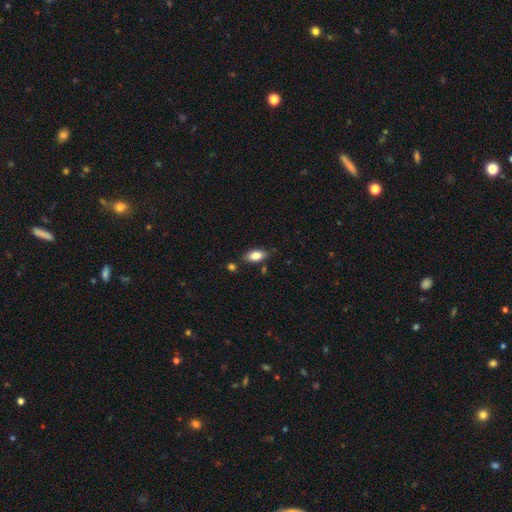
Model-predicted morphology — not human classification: This is clearly a smooth galaxy (82%). How rounded: clearly in between (89%). Merging: likely none (78%).